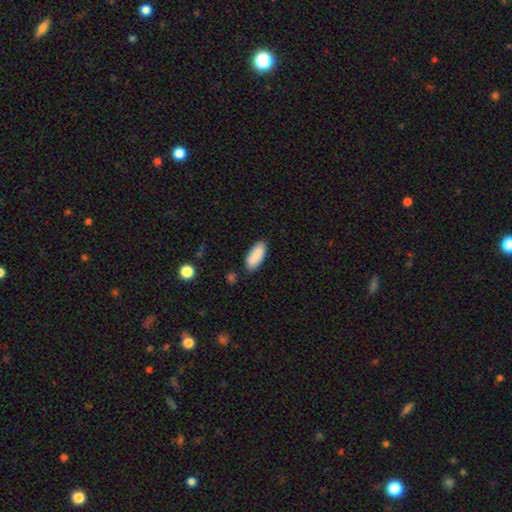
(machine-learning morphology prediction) Smooth or featured?
  - smooth: 89% *
  - star or artifact: 6%
  - featured or disk: 4%
How rounded?
  - in between: 83% *
  - cigar-shaped: 15%
  - round: 2%
Merging?
  - none: 83% *
  - minor disturbance: 13%
  - major disturbance: 3%
  - merger: 2%